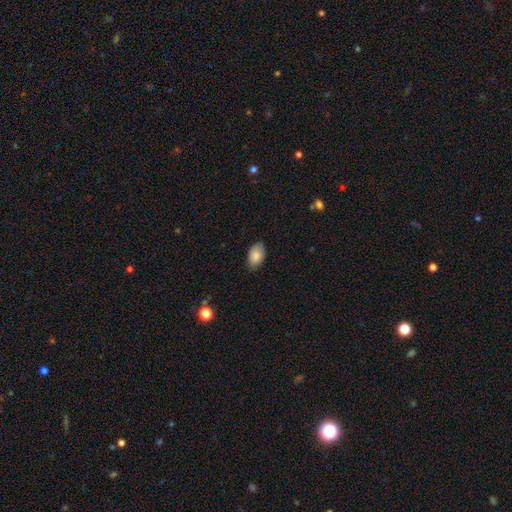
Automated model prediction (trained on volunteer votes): Q: Smooth or featured?
A: smooth (86%); runner-up: featured or disk (7%)
Q: How rounded?
A: in between (92%); runner-up: round (7%)
Q: Merging?
A: none (78%); runner-up: minor disturbance (18%)